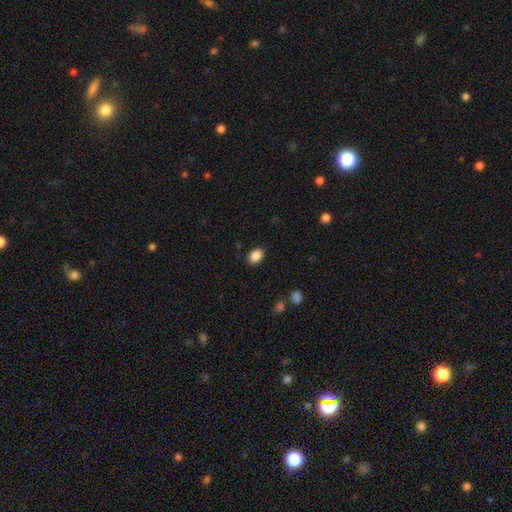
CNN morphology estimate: Smooth or featured? Predicted: smooth (p=0.87). How rounded? Predicted: in between (p=0.76). Merging? Predicted: none (p=0.87).